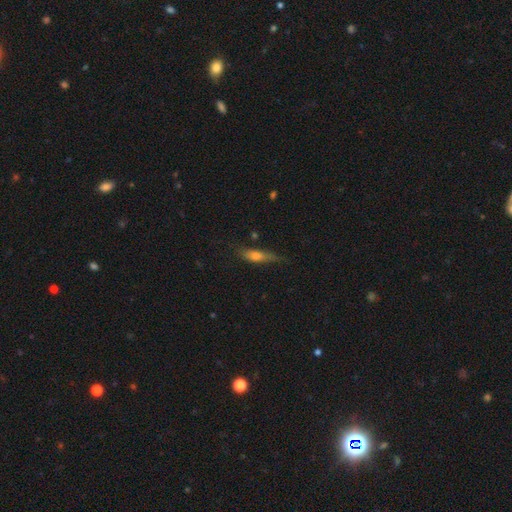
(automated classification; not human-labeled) Smooth or featured? Predicted: smooth (p=0.58). How rounded? Predicted: cigar-shaped (p=0.68). Merging? Predicted: none (p=0.65).